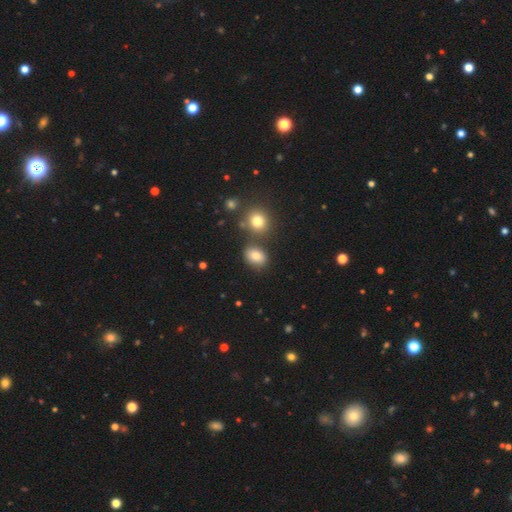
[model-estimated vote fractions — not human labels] Smooth or featured?
  - smooth: 80% *
  - star or artifact: 13%
  - featured or disk: 8%
How rounded?
  - in between: 61% *
  - round: 38%
  - cigar-shaped: 1%
Merging?
  - none: 74% *
  - merger: 12%
  - minor disturbance: 11%
  - major disturbance: 3%